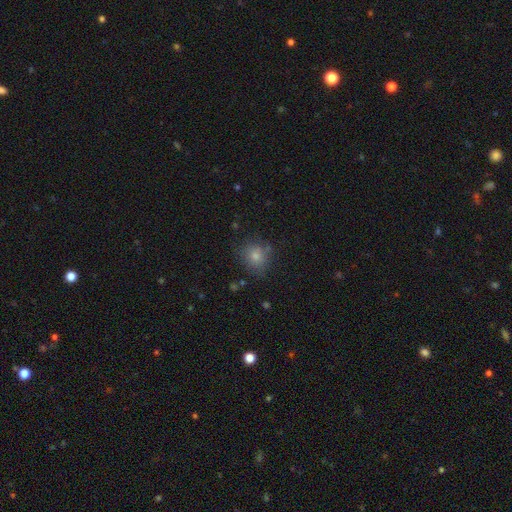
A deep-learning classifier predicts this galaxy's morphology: Q: Smooth or featured?
A: smooth (73%); runner-up: star or artifact (18%)
Q: How rounded?
A: round (82%); runner-up: in between (17%)
Q: Merging?
A: none (79%); runner-up: minor disturbance (14%)